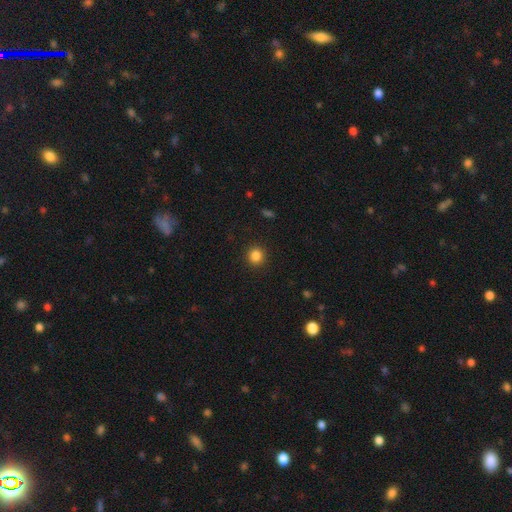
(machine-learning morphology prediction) Smooth or featured? Predicted: smooth (p=0.85). How rounded? Predicted: round (p=0.92). Merging? Predicted: none (p=0.92).